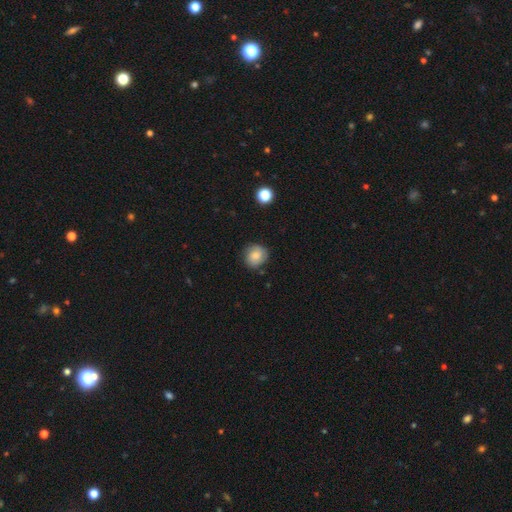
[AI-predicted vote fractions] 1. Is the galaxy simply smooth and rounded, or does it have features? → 81% smooth, 11% featured or disk, 8% star or artifact.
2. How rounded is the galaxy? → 84% round, 15% in between, 1% cigar-shaped.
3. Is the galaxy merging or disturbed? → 79% none, 16% minor disturbance, 3% major disturbance, 2% merger.